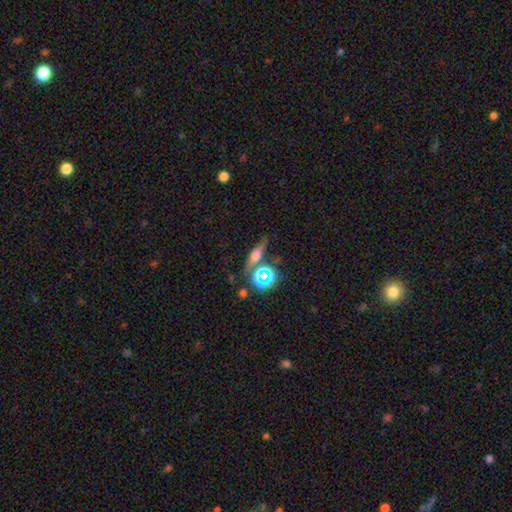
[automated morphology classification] Smooth or featured?
  - featured or disk: 42% *
  - smooth: 38%
  - star or artifact: 21%
Merging?
  - none: 71% *
  - minor disturbance: 14%
  - merger: 10%
  - major disturbance: 5%